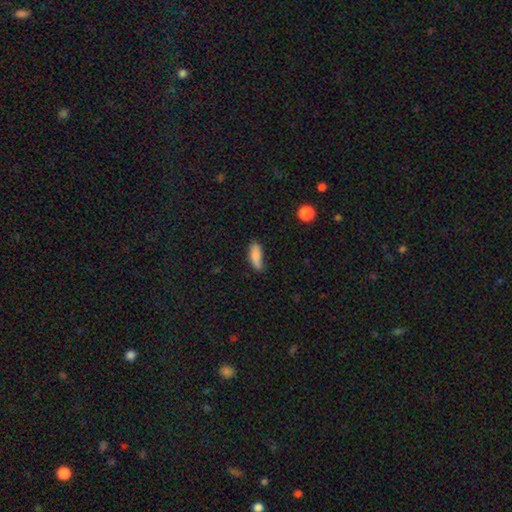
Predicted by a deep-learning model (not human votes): A smooth galaxy with no disk features (85%) that is in between round and cigar-shaped (64%).

Vote fractions:
- Smooth or featured? smooth: 85% / featured or disk: 8% / star or artifact: 7%
- How rounded? in between: 64% / cigar-shaped: 33% / round: 2%
- Merging? none: 63% / minor disturbance: 28% / major disturbance: 6% / merger: 3%